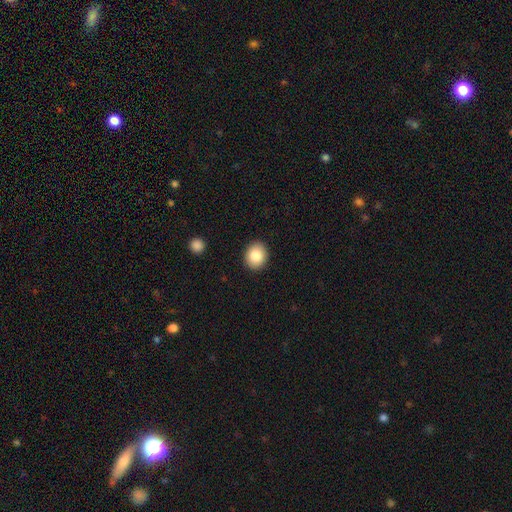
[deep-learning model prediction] Overall: smooth (84%). How rounded: round (62%; in between 37%). Merging: none (91%).